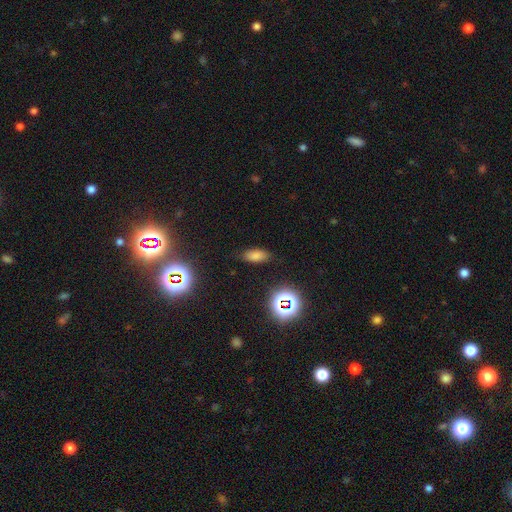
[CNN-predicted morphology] smooth-or-featured: smooth: 72% | star or artifact: 20% | featured or disk: 7%
  how-rounded: in between: 84% | cigar-shaped: 11% | round: 5%
  merging: none: 83% | minor disturbance: 12% | major disturbance: 4% | merger: 2%